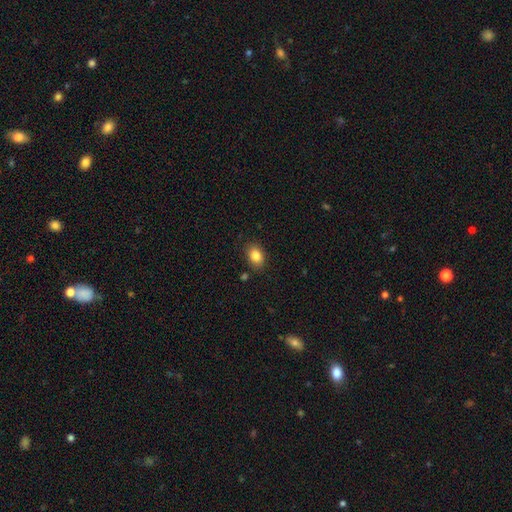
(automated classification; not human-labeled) Smooth or featured? smooth (85%)
How rounded? in between (78%)
Merging? none (85%)